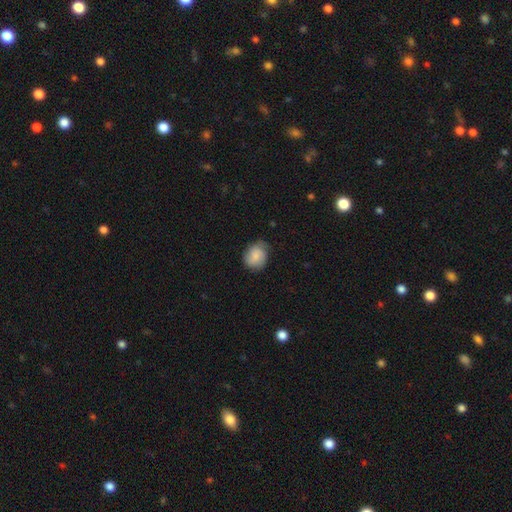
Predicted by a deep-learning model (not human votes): Smooth or featured?
  - smooth: 78% *
  - featured or disk: 15%
  - star or artifact: 7%
How rounded?
  - round: 64% *
  - in between: 36%
  - cigar-shaped: 1%
Merging?
  - none: 68% *
  - minor disturbance: 26%
  - major disturbance: 5%
  - merger: 1%